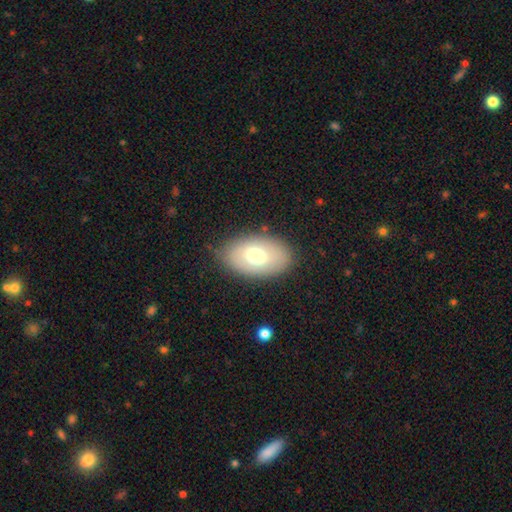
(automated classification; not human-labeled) Smooth or featured? smooth (66%)
How rounded? in between (90%)
Merging? none (80%)